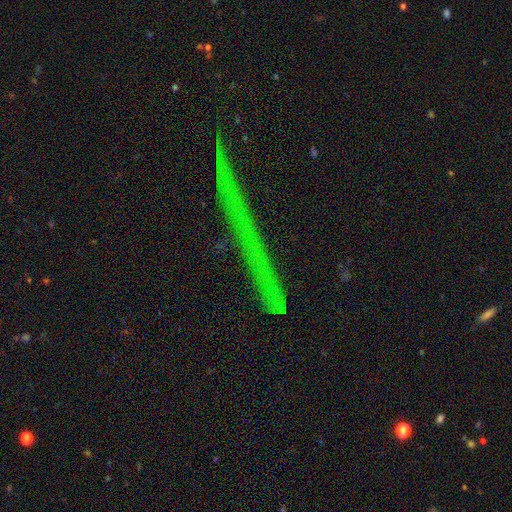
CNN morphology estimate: star or artifact 72%, featured or disk 15%, smooth 13%.